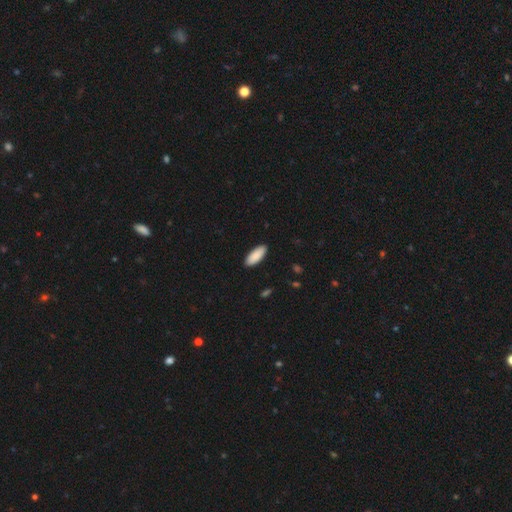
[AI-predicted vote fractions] This appears to be a smooth galaxy with no disk features (90%) that is in between round and cigar-shaped (78%). Merging: none (90%).